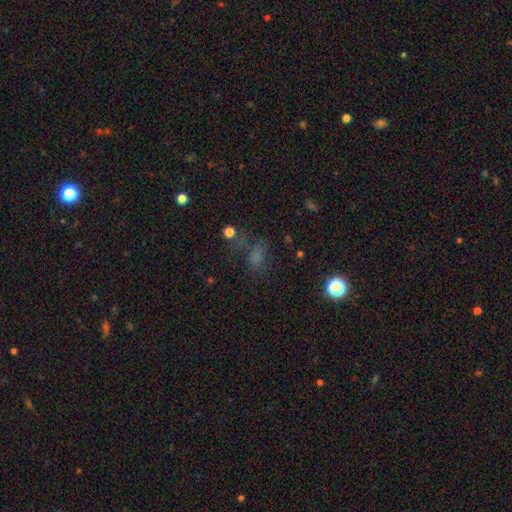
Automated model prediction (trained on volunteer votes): smooth_or_featured: star or artifact (p=0.43) [alt: smooth p=0.41]